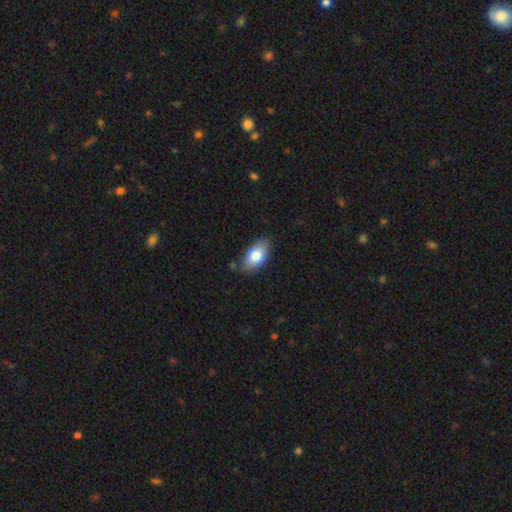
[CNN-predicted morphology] A smooth galaxy with no disk features (79%) that is in between round and cigar-shaped (92%).

Vote fractions:
- Smooth or featured? smooth: 79% / featured or disk: 14% / star or artifact: 7%
- How rounded? in between: 92% / round: 4% / cigar-shaped: 3%
- Merging? none: 79% / minor disturbance: 15% / major disturbance: 3% / merger: 2%